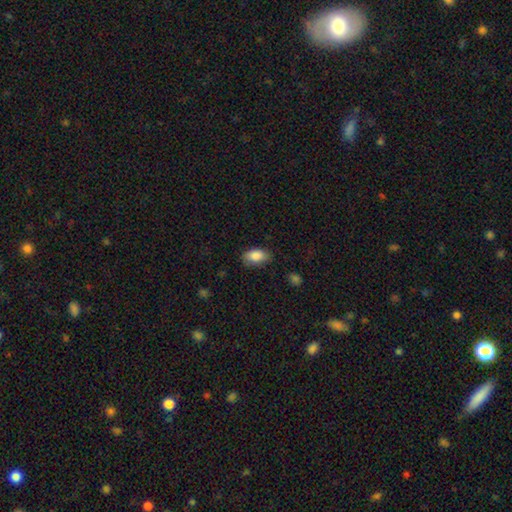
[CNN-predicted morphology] A smooth galaxy with no disk features (87%) that is in between round and cigar-shaped (92%).

Vote fractions:
- Smooth or featured? smooth: 87% / star or artifact: 7% / featured or disk: 6%
- How rounded? in between: 92% / round: 6% / cigar-shaped: 2%
- Merging? none: 76% / minor disturbance: 19% / major disturbance: 4% / merger: 1%